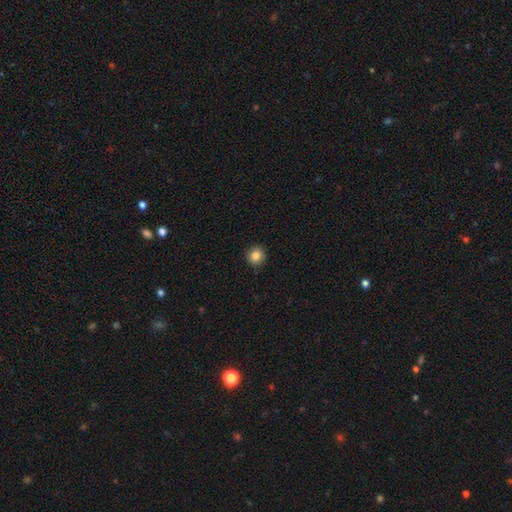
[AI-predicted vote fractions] The model was most divided on "smooth or featured": smooth: 84%, star or artifact: 10%, featured or disk: 6%. More confident: how rounded — round (93%); merging — none (91%).